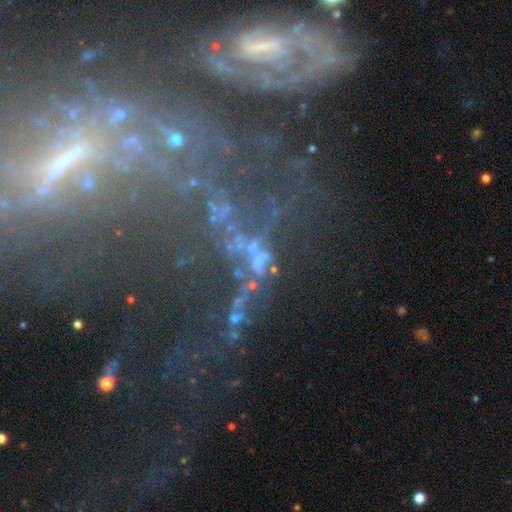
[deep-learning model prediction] star or artifact 51%, featured or disk 35%, smooth 13%.